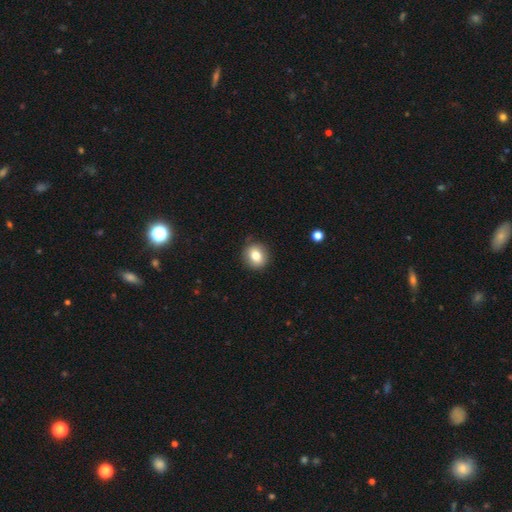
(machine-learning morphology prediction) This appears to be a smooth galaxy with no disk features (80%) that is round (79%). Merging: none (87%).